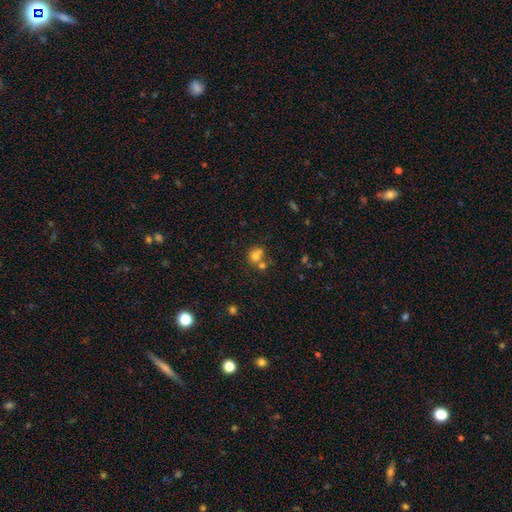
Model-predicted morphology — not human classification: smooth 71%, star or artifact 15%, featured or disk 14%. Down the decision tree: how rounded — round (74%); merging — merger (50%).